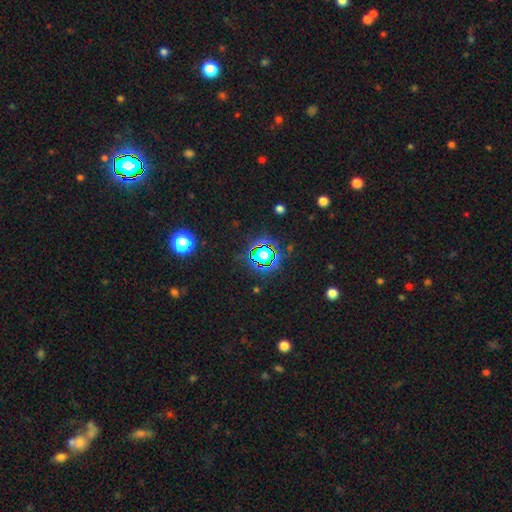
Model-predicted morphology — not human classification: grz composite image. It shows a star or artifact, not a galaxy (80%).